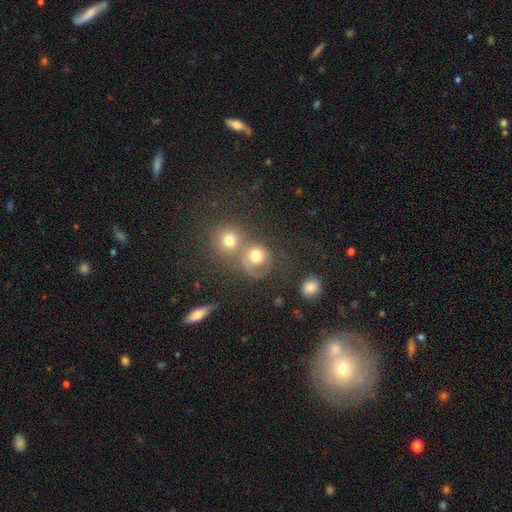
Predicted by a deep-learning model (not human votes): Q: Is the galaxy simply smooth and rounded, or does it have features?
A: smooth — 64%.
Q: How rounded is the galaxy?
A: round — 80%.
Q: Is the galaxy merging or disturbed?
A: merger — 45%.